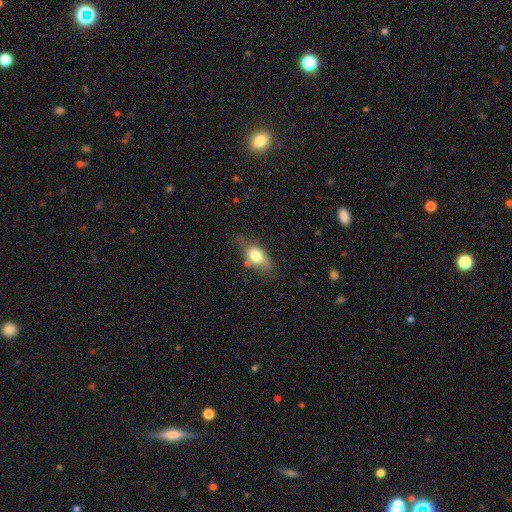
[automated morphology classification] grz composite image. It shows a smooth galaxy with no disk features (63%) that is in between round and cigar-shaped (76%). Merging: none (60%).